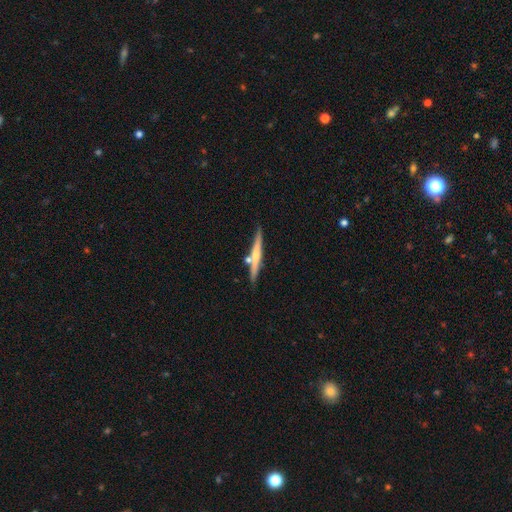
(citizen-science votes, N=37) A featured or disk galaxy (59%) viewed edge-on (100%) with a rounded central bulge (73%). Merging: none (67%).